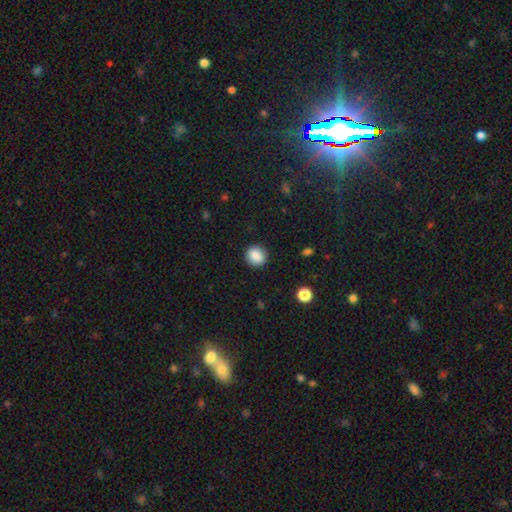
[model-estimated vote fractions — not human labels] A smooth galaxy with no disk features (87%) that is round (76%).

Vote fractions:
- Smooth or featured? smooth: 87% / star or artifact: 9% / featured or disk: 5%
- How rounded? round: 76% / in between: 23% / cigar-shaped: 1%
- Merging? none: 89% / minor disturbance: 8% / major disturbance: 2% / merger: 1%